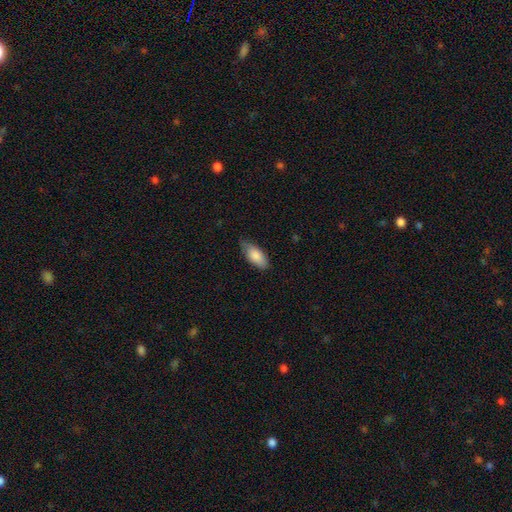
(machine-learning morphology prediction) type=smooth (85%); roundness=in between (87%); merging=none (67%).